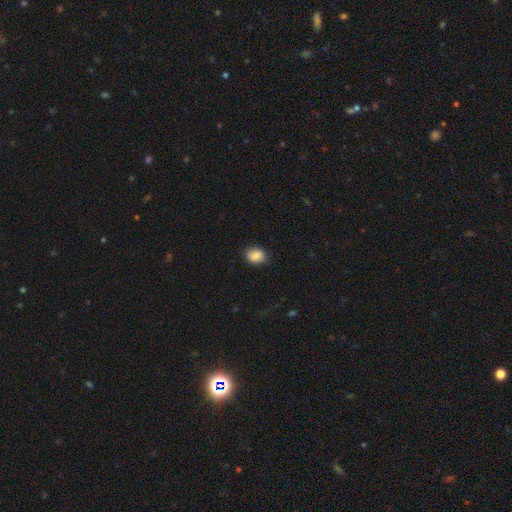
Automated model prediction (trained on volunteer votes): Smooth or featured?
  - smooth: 86% *
  - star or artifact: 8%
  - featured or disk: 5%
How rounded?
  - in between: 54% *
  - round: 45%
  - cigar-shaped: 1%
Merging?
  - none: 84% *
  - minor disturbance: 12%
  - major disturbance: 3%
  - merger: 1%